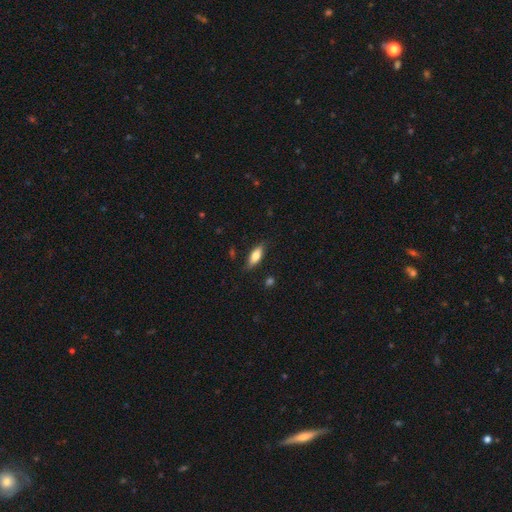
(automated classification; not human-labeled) Smooth or featured: smooth — 73% (featured or disk — 21%)
How rounded: in between — 71% (cigar-shaped — 26%)
Merging: none — 81% (minor disturbance — 15%)